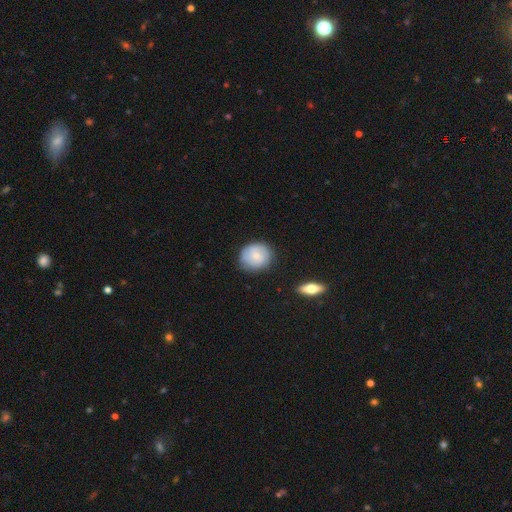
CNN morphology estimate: Smooth or featured? smooth (64%)
How rounded? round (79%)
Merging? none (81%)